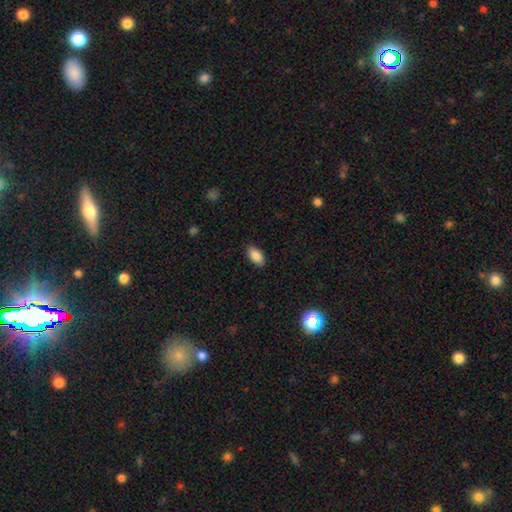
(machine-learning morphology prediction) smooth-or-featured: smooth: 88% | star or artifact: 8% | featured or disk: 5%
  how-rounded: in between: 93% | cigar-shaped: 4% | round: 3%
  merging: none: 88% | minor disturbance: 9% | major disturbance: 2% | merger: 1%